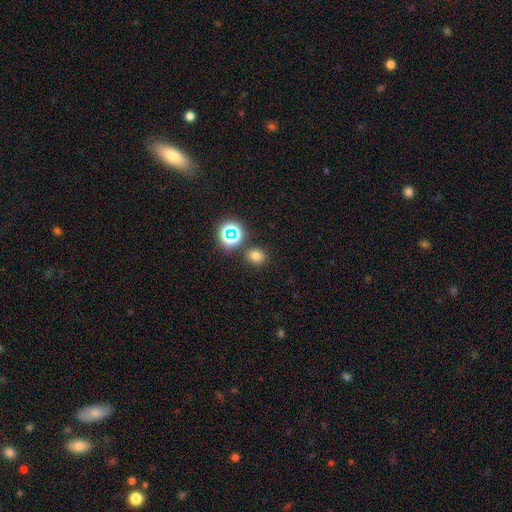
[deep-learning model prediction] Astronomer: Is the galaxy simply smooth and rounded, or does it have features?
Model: smooth — 72%.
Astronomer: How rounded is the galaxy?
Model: round — 65%.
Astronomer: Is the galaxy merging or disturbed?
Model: none — 83%.